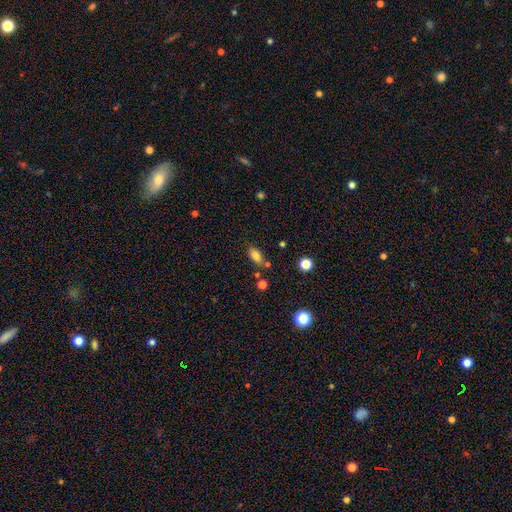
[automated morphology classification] smooth_or_featured: smooth (p=0.80) [alt: star or artifact p=0.11]
how_rounded: in between (p=0.84) [alt: cigar-shaped p=0.10]
merging: none (p=0.71) [alt: minor disturbance p=0.16]